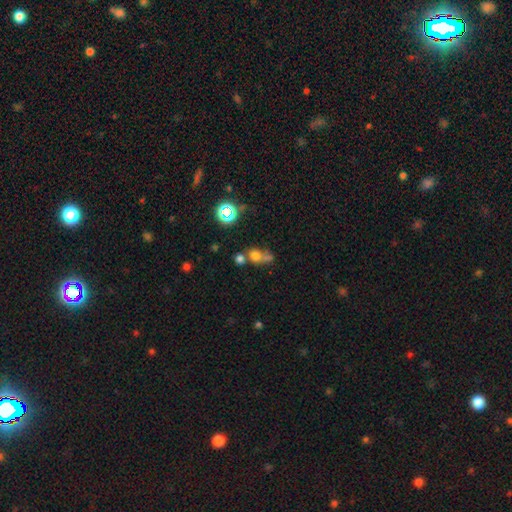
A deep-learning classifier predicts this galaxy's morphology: A smooth galaxy with no disk features (62%) that is round (69%).

Vote fractions:
- Smooth or featured? smooth: 62% / star or artifact: 22% / featured or disk: 15%
- How rounded? round: 69% / in between: 29% / cigar-shaped: 3%
- Merging? merger: 46% / none: 35% / minor disturbance: 11% / major disturbance: 9%